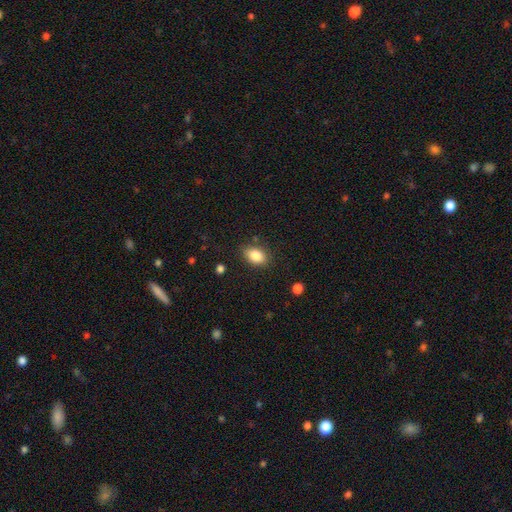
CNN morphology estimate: smooth 86%, star or artifact 8%, featured or disk 6%. Down the decision tree: how rounded — in between (84%); merging — none (82%).